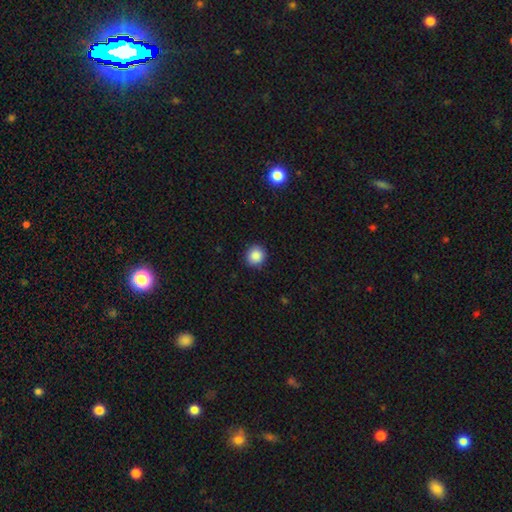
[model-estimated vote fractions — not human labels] Smooth or featured: smooth — 88% (star or artifact — 9%)
How rounded: round — 92% (in between — 7%)
Merging: none — 91% (minor disturbance — 6%)